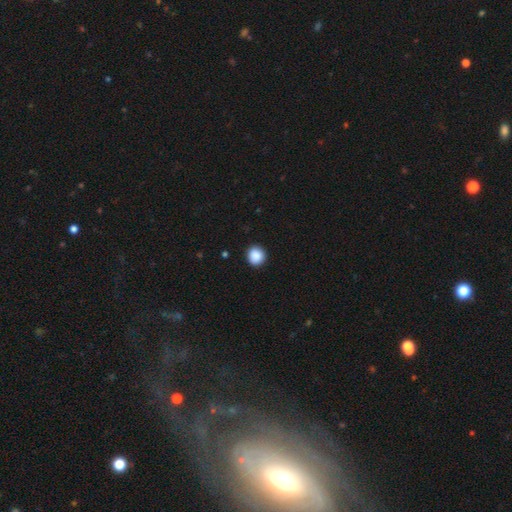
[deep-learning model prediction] Smooth or featured?
  - smooth: 89% *
  - star or artifact: 8%
  - featured or disk: 3%
How rounded?
  - round: 86% *
  - in between: 13%
  - cigar-shaped: 1%
Merging?
  - none: 91% *
  - minor disturbance: 6%
  - major disturbance: 2%
  - merger: 1%